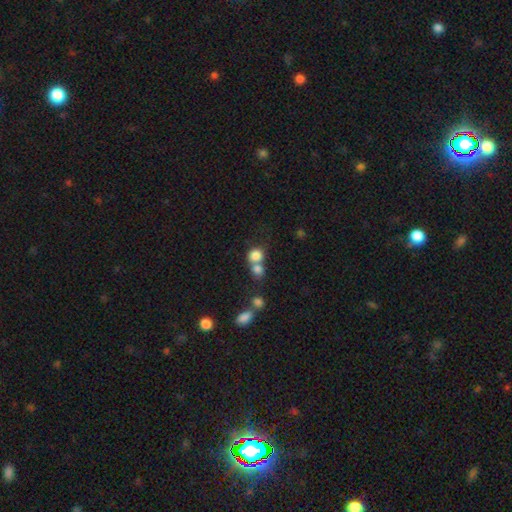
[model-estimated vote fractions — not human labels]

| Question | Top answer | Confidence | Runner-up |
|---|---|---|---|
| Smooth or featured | smooth | 80% | star or artifact (11%) |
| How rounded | round | 75% | in between (24%) |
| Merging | merger | 50% | none (37%) |